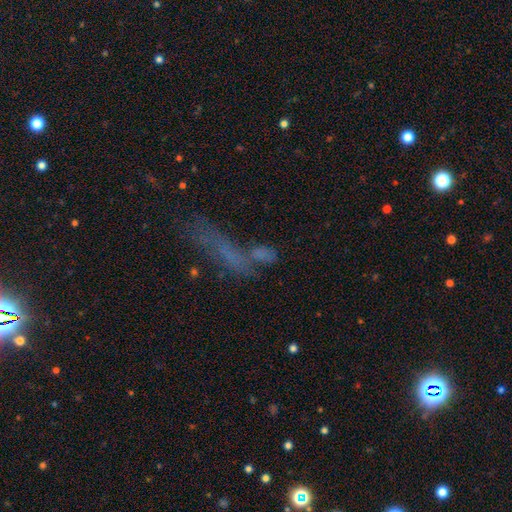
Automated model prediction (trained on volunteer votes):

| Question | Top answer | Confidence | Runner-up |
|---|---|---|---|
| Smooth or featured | smooth | 48% | featured or disk (27%) |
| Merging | none | 37% | merger (26%) |